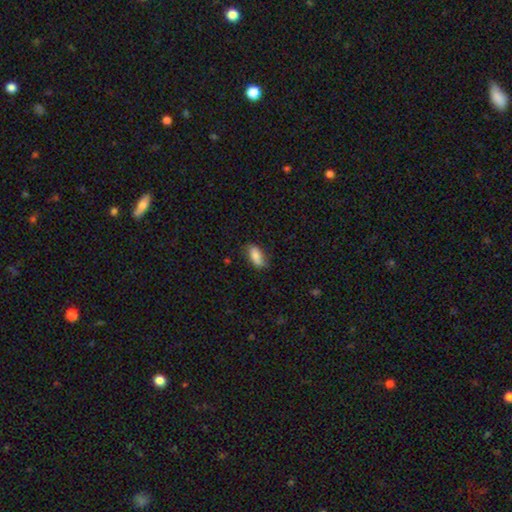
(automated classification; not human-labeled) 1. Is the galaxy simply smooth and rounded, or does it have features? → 79% smooth, 14% featured or disk, 7% star or artifact.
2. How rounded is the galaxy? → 86% in between, 10% cigar-shaped, 3% round.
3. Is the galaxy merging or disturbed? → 73% none, 21% minor disturbance, 4% major disturbance, 1% merger.